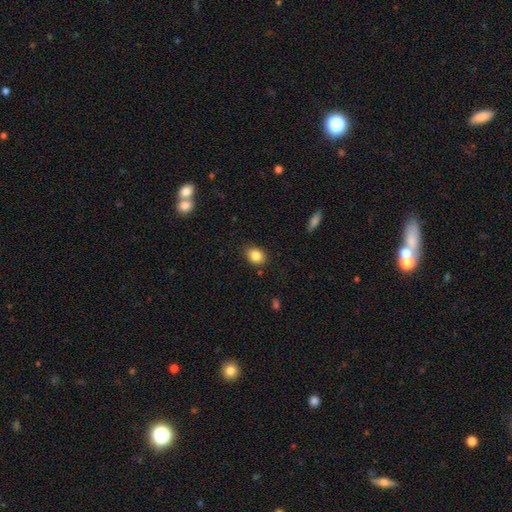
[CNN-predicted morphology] A smooth galaxy with no disk features (84%) that is in between round and cigar-shaped (56%).

Vote fractions:
- Smooth or featured? smooth: 84% / star or artifact: 9% / featured or disk: 6%
- How rounded? in between: 56% / round: 42% / cigar-shaped: 1%
- Merging? none: 82% / minor disturbance: 14% / major disturbance: 3% / merger: 2%